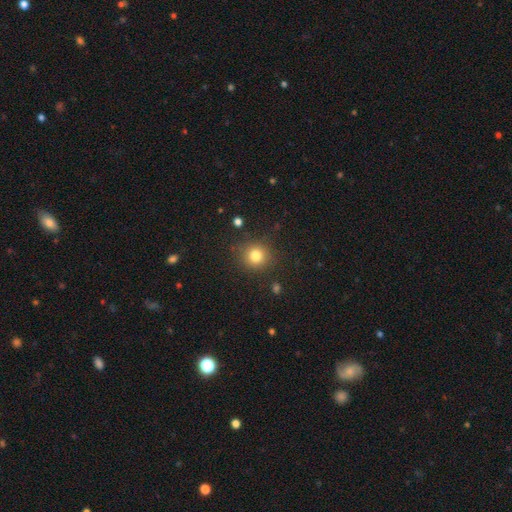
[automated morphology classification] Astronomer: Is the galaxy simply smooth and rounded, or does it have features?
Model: smooth — 80%.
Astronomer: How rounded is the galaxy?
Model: round — 90%.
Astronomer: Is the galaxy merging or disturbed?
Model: none — 86%.